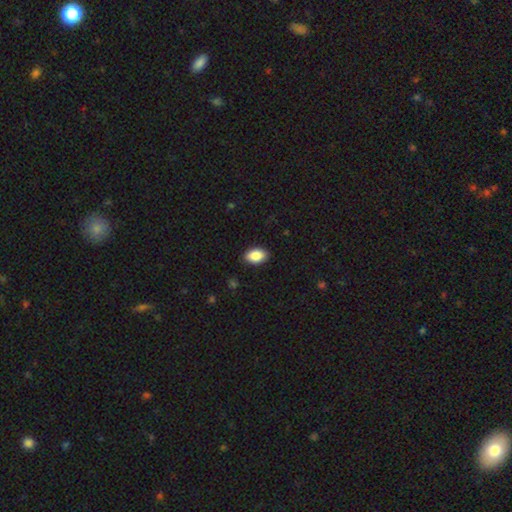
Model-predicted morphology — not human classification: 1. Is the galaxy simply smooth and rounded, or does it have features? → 88% smooth, 7% star or artifact, 5% featured or disk.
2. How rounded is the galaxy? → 91% in between, 8% round, 1% cigar-shaped.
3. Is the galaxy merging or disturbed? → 89% none, 8% minor disturbance, 2% major disturbance, 1% merger.